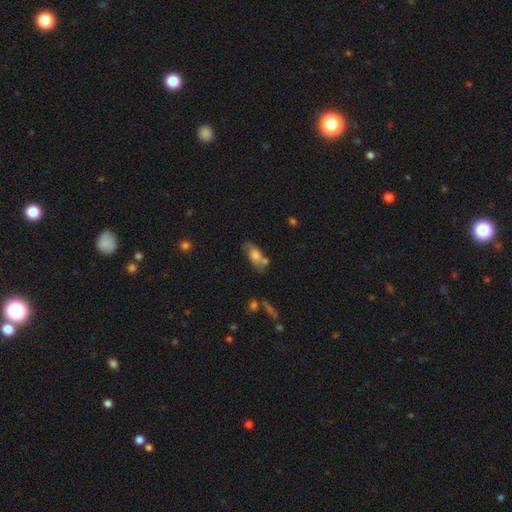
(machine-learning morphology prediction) This appears to be a smooth galaxy with no disk features (56%) that is in between round and cigar-shaped (82%). Merging: none (44%).